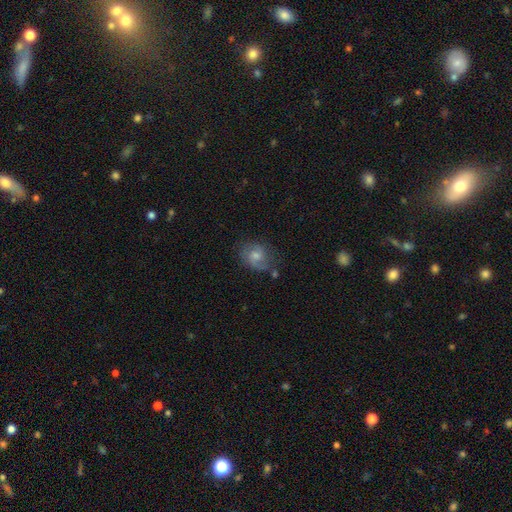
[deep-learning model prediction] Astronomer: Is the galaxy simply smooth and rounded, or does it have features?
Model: featured or disk — 45% (runner-up: smooth, 42%).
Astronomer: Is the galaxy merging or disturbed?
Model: none — 64%.